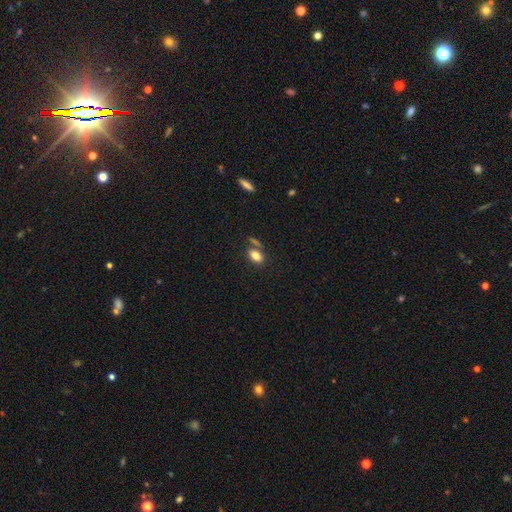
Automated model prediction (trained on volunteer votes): This appears to be a smooth galaxy with no disk features (81%) that is in between round and cigar-shaped (85%). Merging: none (62%).